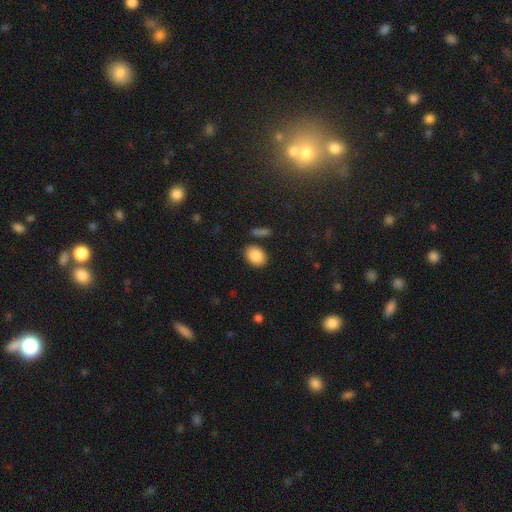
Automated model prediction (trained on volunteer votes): smooth 87%, star or artifact 7%, featured or disk 6%. Down the decision tree: how rounded — in between (72%); merging — none (83%).